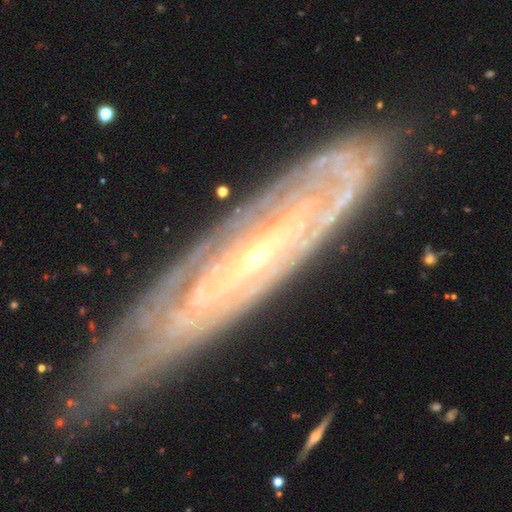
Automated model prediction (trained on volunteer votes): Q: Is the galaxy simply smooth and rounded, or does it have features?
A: featured or disk — 85%.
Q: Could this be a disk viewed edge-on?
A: no — 72%.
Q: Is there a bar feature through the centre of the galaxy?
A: no — 50%.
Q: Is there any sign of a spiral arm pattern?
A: yes — 94%.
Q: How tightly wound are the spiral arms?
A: tight — 75%.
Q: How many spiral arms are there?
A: can't tell — 48%.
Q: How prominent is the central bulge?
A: small — 83%.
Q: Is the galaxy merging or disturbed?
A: none — 76%.